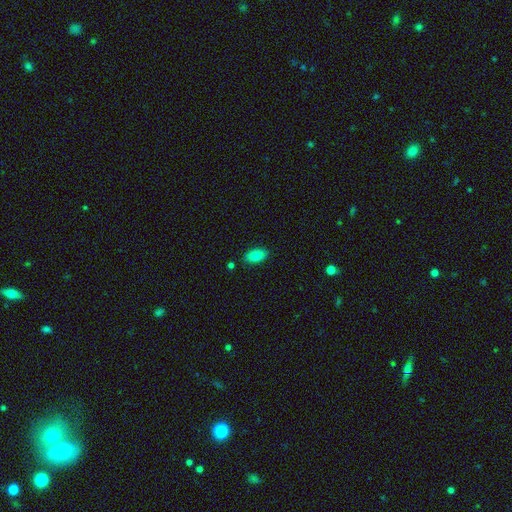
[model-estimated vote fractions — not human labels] smooth_or_featured: smooth (p=0.85) [alt: star or artifact p=0.08]
how_rounded: in between (p=0.92) [alt: round p=0.05]
merging: none (p=0.85) [alt: minor disturbance p=0.10]